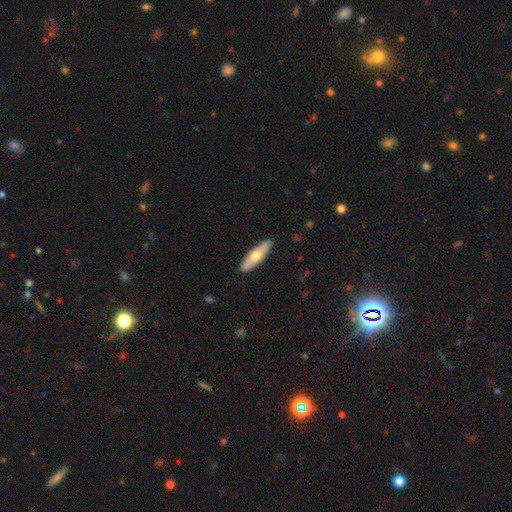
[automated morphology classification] smooth_or_featured: smooth (p=0.59) [alt: featured or disk p=0.36]
how_rounded: cigar-shaped (p=0.64) [alt: in between p=0.34]
merging: none (p=0.90) [alt: minor disturbance p=0.08]